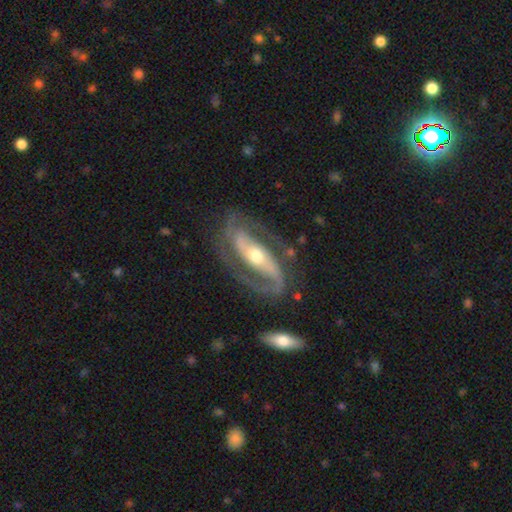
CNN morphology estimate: Smooth or featured?
  - featured or disk: 90% *
  - smooth: 6%
  - star or artifact: 4%
Edge-on disk?
  - no: 94% *
  - yes: 6%
Bar?
  - strong: 50% *
  - weak: 26%
  - no: 24%
Spiral arms?
  - yes: 96% *
  - no: 4%
Spiral winding?
  - medium: 52% *
  - tight: 27%
  - loose: 20%
Spiral arm count?
  - 2: 89% *
  - 1: 5%
  - can't tell: 3%
  - 3: 2%
  - 4: 1%
  - more than 4: 1%
Bulge size?
  - moderate: 64% *
  - small: 28%
  - large: 6%
  - dominant: 1%
  - none: 1%
Merging?
  - none: 73% *
  - minor disturbance: 14%
  - major disturbance: 10%
  - merger: 3%